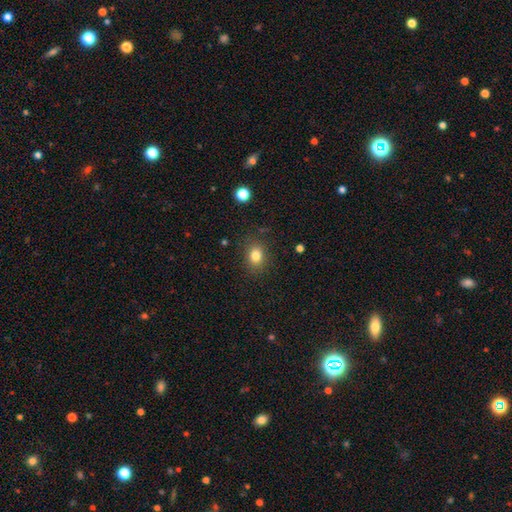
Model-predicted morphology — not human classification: Smooth or featured? Predicted: smooth (p=0.81). How rounded? Predicted: in between (p=0.50). Merging? Predicted: none (p=0.84).